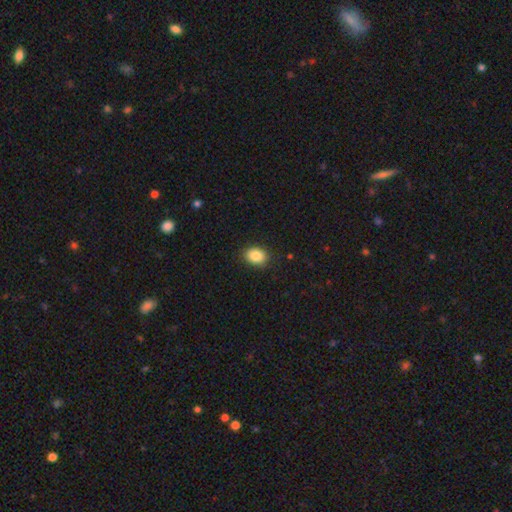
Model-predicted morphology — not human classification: Smooth or featured? smooth (87%)
How rounded? in between (65%)
Merging? none (86%)